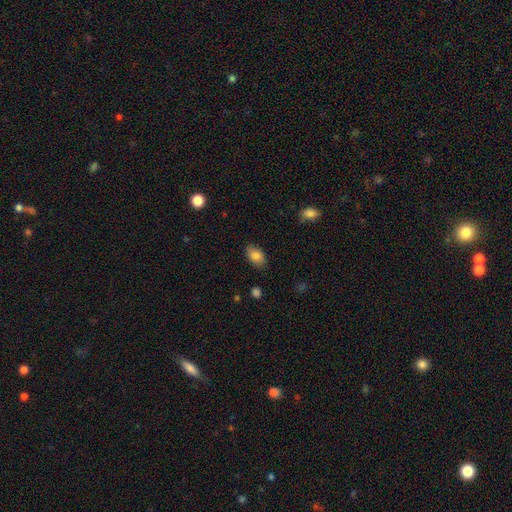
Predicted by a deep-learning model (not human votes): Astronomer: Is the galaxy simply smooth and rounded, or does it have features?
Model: smooth — 84%.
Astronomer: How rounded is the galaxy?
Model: in between — 90%.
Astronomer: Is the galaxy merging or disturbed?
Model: none — 83%.